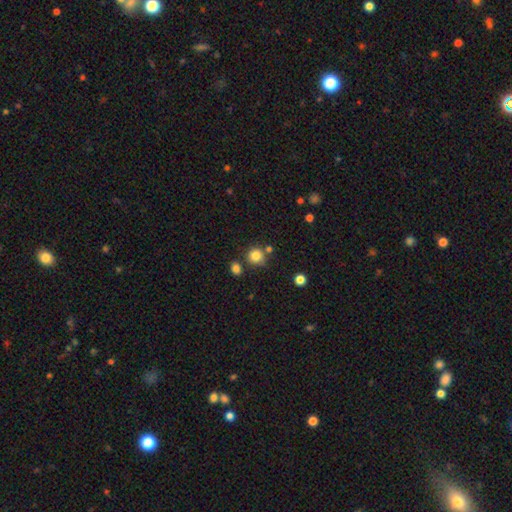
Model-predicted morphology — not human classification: A smooth galaxy with no disk features (82%) that is round (89%). Merging: none (73%).